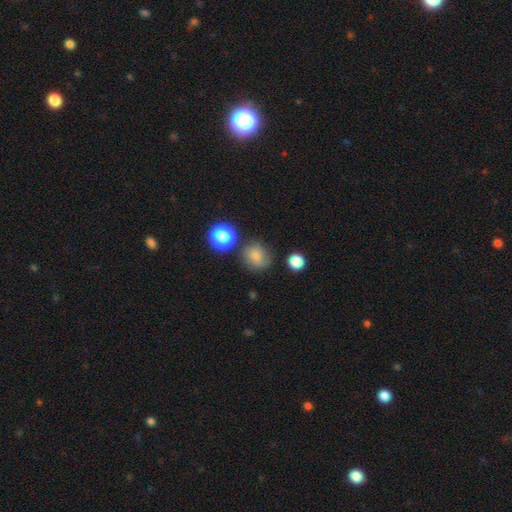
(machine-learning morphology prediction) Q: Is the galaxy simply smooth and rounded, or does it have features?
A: smooth — 73%.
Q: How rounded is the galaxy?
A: round — 83%.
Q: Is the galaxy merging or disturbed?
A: none — 70%.